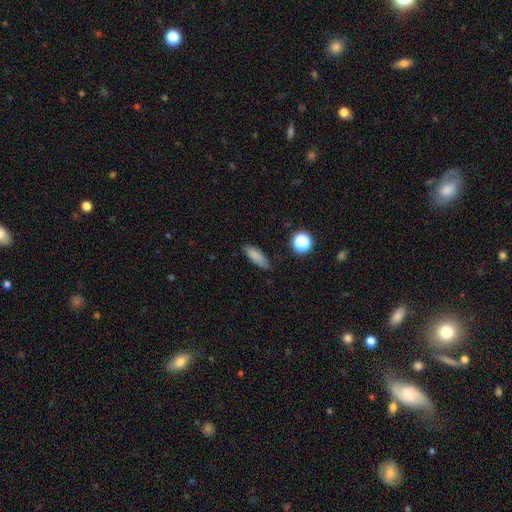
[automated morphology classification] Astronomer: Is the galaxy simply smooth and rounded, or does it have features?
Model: smooth — 81%.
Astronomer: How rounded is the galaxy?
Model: in between — 63%.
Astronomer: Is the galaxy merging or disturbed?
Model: none — 75%.